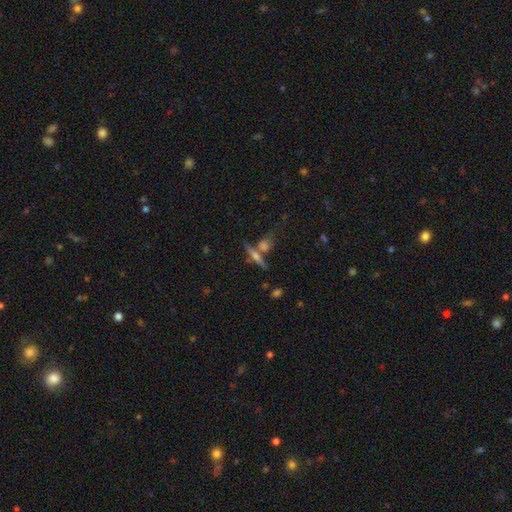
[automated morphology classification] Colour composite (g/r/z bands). It shows a featured or disk galaxy (57%) viewed edge-on (93%) with a rounded central bulge (76%). Merging: none (64%).